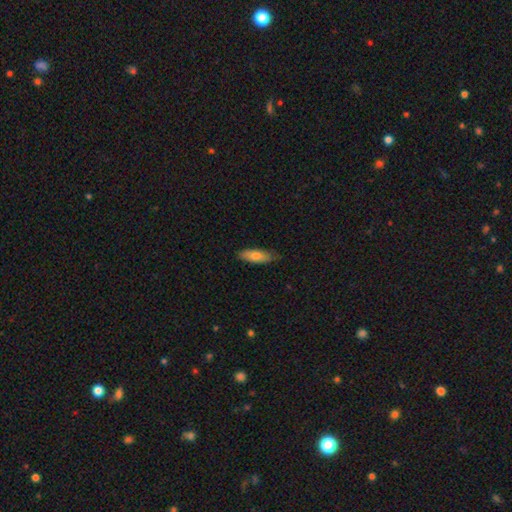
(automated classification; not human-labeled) The model was most divided on "how rounded": in between: 55%, cigar-shaped: 43%, round: 2%. More confident: merging — none (79%); smooth or featured — smooth (73%).